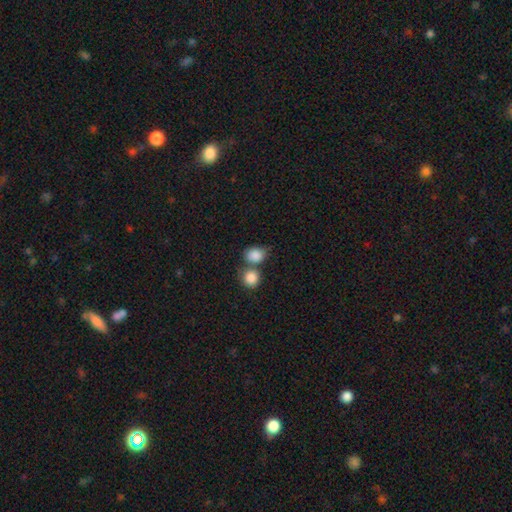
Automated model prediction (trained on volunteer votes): Smooth or featured? smooth (86%)
How rounded? round (60%)
Merging? merger (46%)